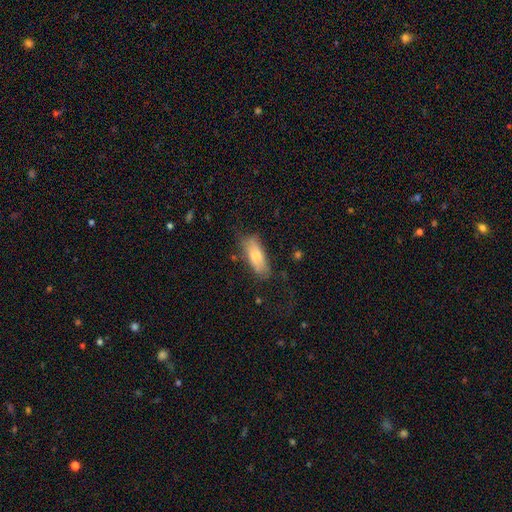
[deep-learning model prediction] smooth-or-featured: smooth: 72% | featured or disk: 21% | star or artifact: 7%
  how-rounded: in between: 74% | cigar-shaped: 24% | round: 3%
  merging: none: 67% | minor disturbance: 23% | major disturbance: 8% | merger: 3%